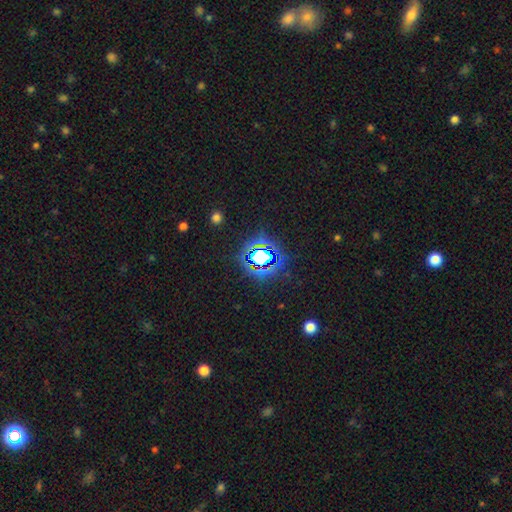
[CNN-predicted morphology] This is likely a star or artifact rather than a galaxy (75%).